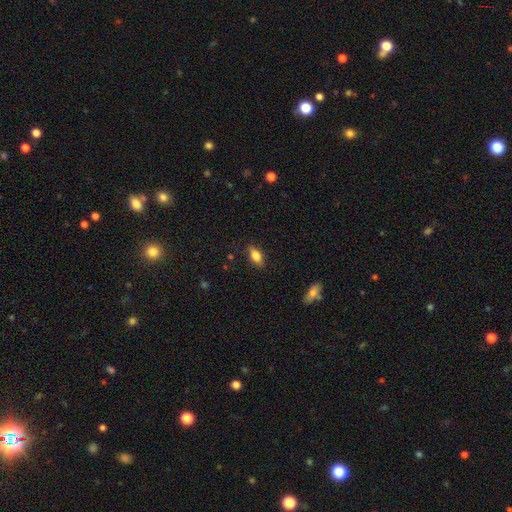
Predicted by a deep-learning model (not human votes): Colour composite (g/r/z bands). It shows a smooth galaxy with no disk features (76%) that is in between round and cigar-shaped (83%). Merging: none (84%).